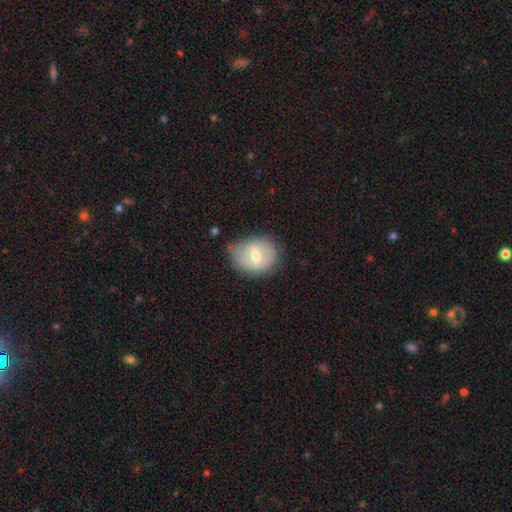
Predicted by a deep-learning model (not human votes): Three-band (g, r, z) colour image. It shows a smooth galaxy with no disk features (50%) that is round (50%). Merging: none (62%).